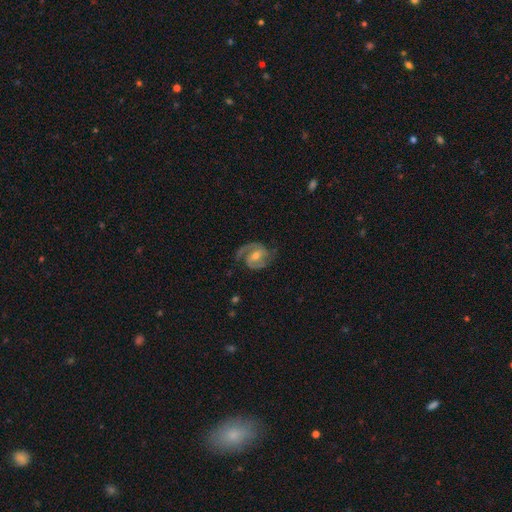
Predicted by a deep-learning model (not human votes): Overall: featured or disk (90%). Edge-on disk: no (98%). Bar: weak (47%; no 31%). Spiral arms: yes (98%). Spiral arm count: 2 (91%). Spiral winding: medium (55%; tight 32%). Bulge size: moderate (60%; small 34%). Merging: none (77%).